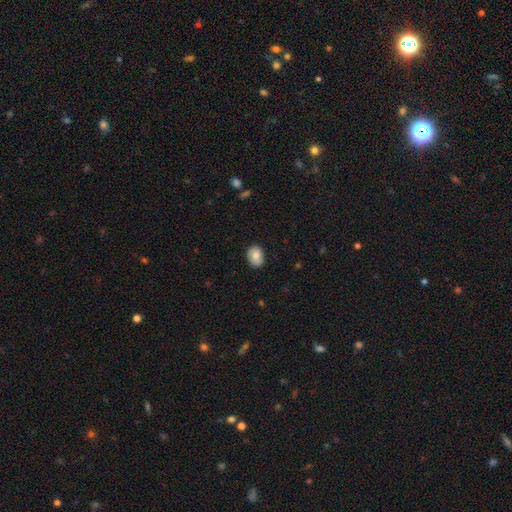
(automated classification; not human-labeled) The model was most divided on "how rounded": in between: 73%, round: 26%, cigar-shaped: 1%. More confident: merging — none (81%); smooth or featured — smooth (80%).